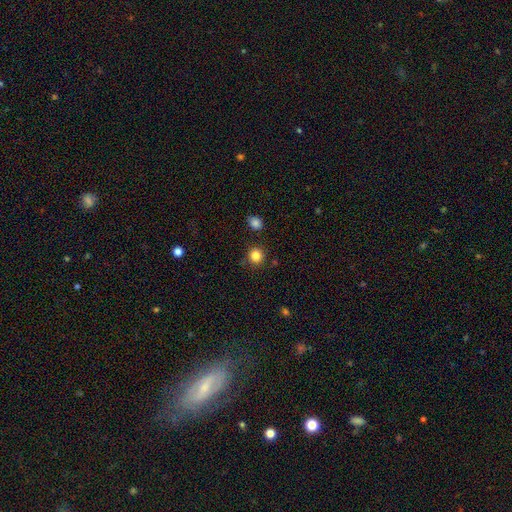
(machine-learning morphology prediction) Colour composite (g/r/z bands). It shows a smooth galaxy with no disk features (84%) that is round (91%). Merging: none (85%).